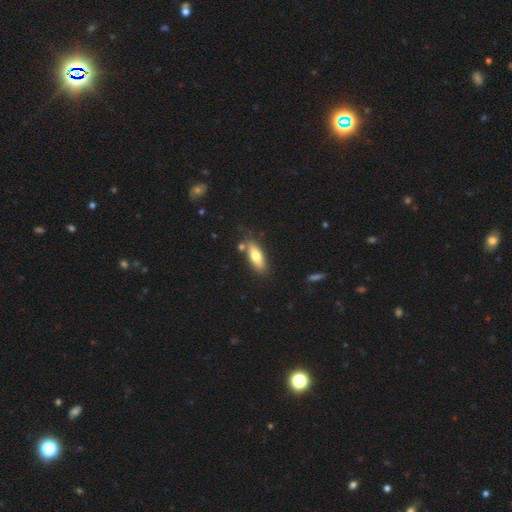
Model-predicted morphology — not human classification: A smooth galaxy with no disk features (69%) that is in between round and cigar-shaped (61%). Merging: none (78%).